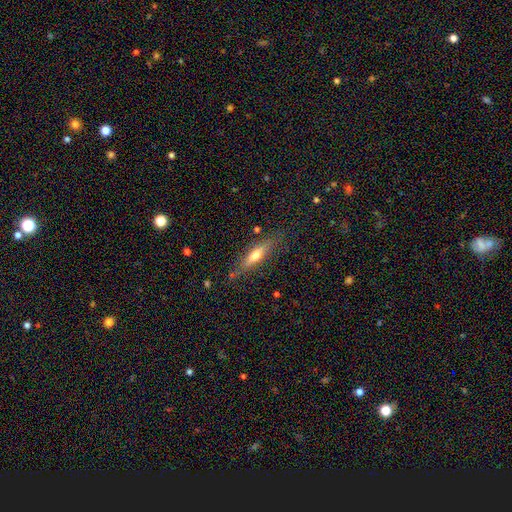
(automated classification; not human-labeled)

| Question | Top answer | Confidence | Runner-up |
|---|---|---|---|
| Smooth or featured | featured or disk | 51% | smooth (42%) |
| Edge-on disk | yes | 89% | no (11%) |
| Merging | none | 77% | minor disturbance (16%) |